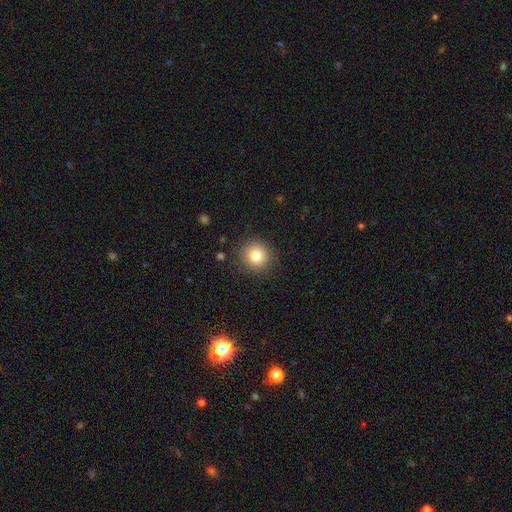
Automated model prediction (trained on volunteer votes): Smooth or featured? Predicted: smooth (p=0.80). How rounded? Predicted: round (p=0.93). Merging? Predicted: none (p=0.89).